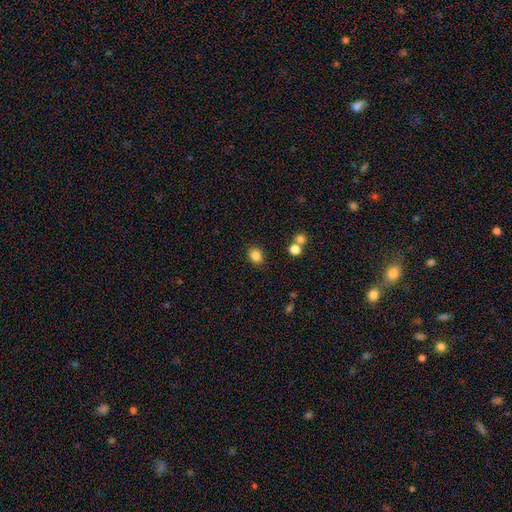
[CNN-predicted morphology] A smooth galaxy with no disk features (84%) that is round (54%). Merging: none (85%).